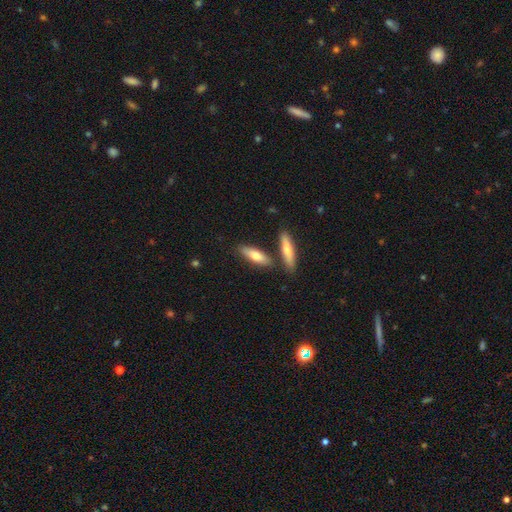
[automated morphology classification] Smooth or featured? smooth (70%)
How rounded? cigar-shaped (53%)
Merging? none (70%)